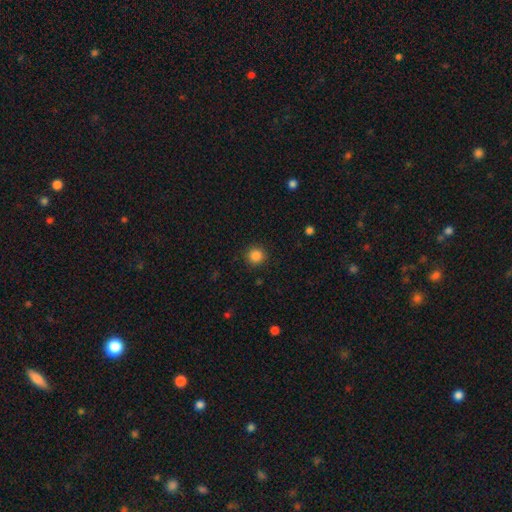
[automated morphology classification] smooth 86%, star or artifact 11%, featured or disk 4%. Down the decision tree: how rounded — round (94%); merging — none (91%).